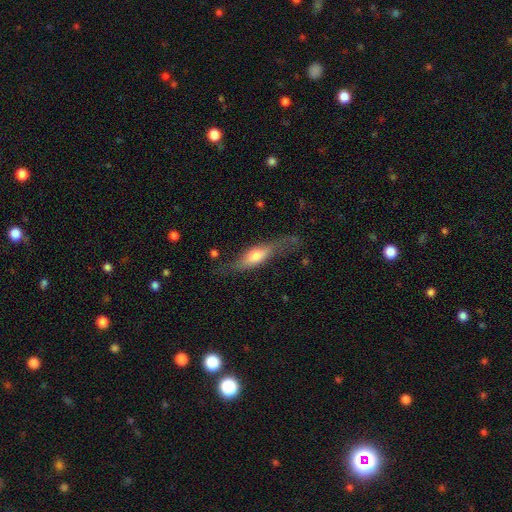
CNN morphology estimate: Smooth or featured: featured or disk — 47% (tied with smooth — 47%)
Merging: none — 57% (minor disturbance — 24%)